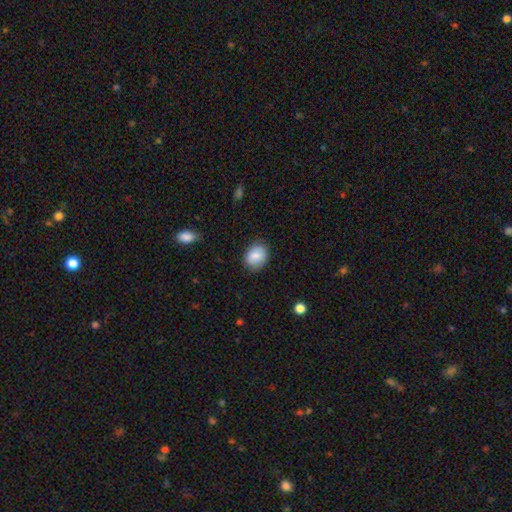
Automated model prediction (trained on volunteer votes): A smooth galaxy with no disk features (84%) that is in between round and cigar-shaped (57%).

Vote fractions:
- Smooth or featured? smooth: 84% / featured or disk: 8% / star or artifact: 7%
- How rounded? in between: 57% / round: 42% / cigar-shaped: 1%
- Merging? none: 83% / minor disturbance: 13% / major disturbance: 3% / merger: 1%